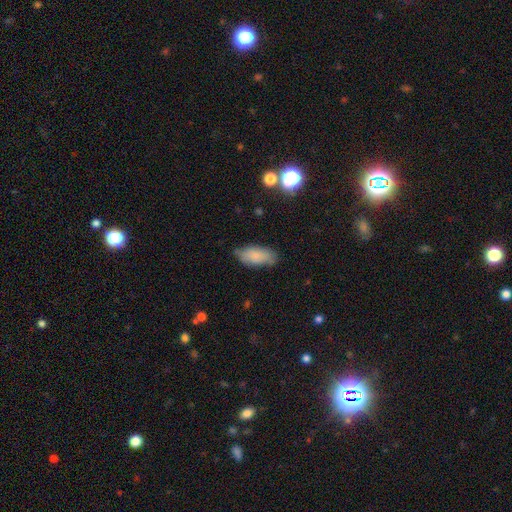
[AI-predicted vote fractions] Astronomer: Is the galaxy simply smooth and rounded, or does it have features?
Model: smooth — 82%.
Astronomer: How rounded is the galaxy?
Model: in between — 87%.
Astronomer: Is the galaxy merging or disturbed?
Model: none — 73%.